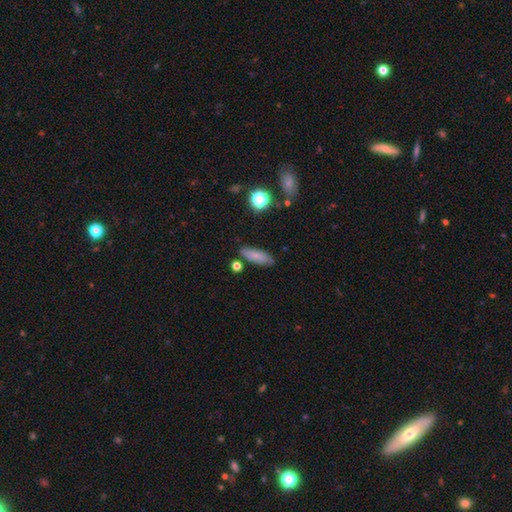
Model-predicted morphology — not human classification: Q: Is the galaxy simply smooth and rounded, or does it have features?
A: smooth — 73%.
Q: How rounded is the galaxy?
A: in between — 69%.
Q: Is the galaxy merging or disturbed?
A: none — 76%.